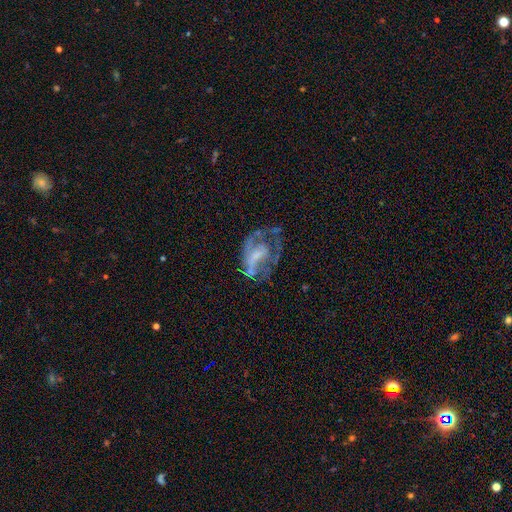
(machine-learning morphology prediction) This is likely a featured or disk galaxy (68%). It is clearly not viewed edge-on (96%). Bar: possibly no (53%). Spiral arm pattern: possibly yes (53%). Central bulge: marginally small (34%). Merging: marginally major disturbance (40%).